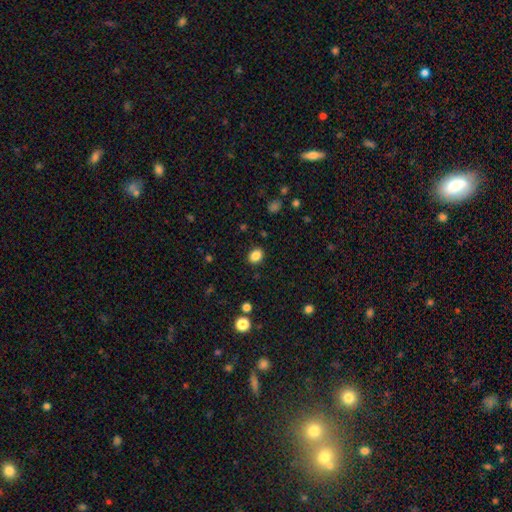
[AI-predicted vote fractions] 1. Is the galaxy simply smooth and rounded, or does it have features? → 85% smooth, 11% star or artifact, 4% featured or disk.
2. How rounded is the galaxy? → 54% in between, 45% round, 1% cigar-shaped.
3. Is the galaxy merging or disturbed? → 87% none, 9% minor disturbance, 3% major disturbance, 1% merger.